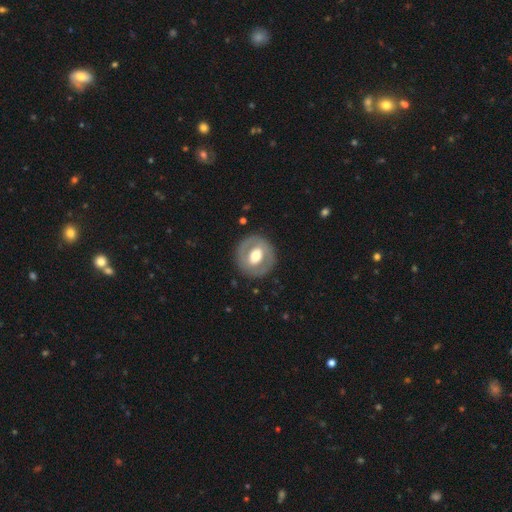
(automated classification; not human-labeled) A featured or disk galaxy (57%) with no bar (42%), no spiral arms (72%) and a moderate central bulge (60%).

Vote fractions:
- Smooth or featured? featured or disk: 57% / smooth: 38% / star or artifact: 5%
- Edge-on disk? no: 95% / yes: 5%
- Bar? no: 42% / weak: 35% / strong: 23%
- Spiral arms? no: 72% / yes: 28%
- Bulge size? moderate: 60% / large: 31% / small: 6% / dominant: 2% / none: 1%
- Merging? none: 84% / minor disturbance: 10% / major disturbance: 4% / merger: 1%